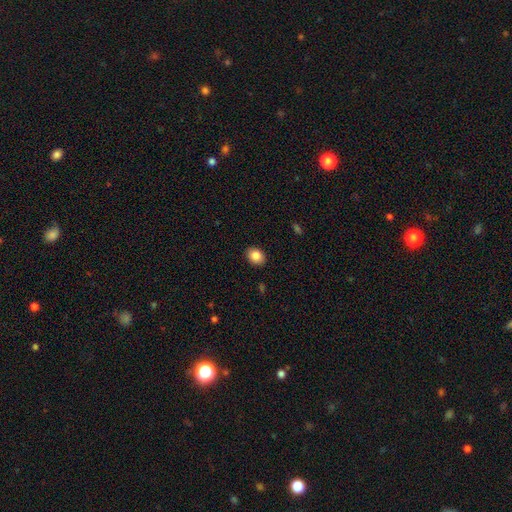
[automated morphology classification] Smooth or featured? smooth (85%)
How rounded? in between (63%)
Merging? none (89%)